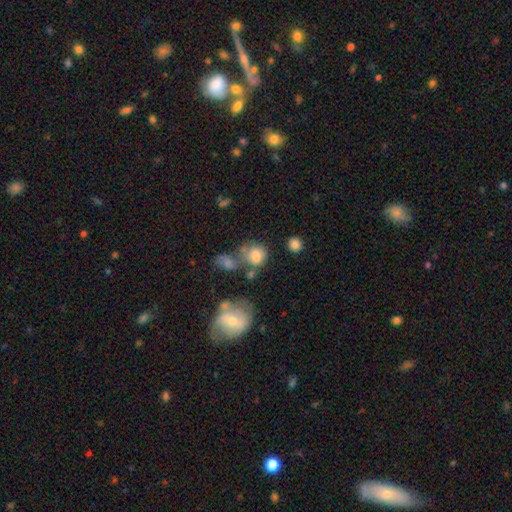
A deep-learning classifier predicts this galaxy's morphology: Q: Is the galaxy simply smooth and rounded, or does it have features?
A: smooth — 76%.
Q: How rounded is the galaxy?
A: round — 65%.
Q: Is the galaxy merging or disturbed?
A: none — 41%.